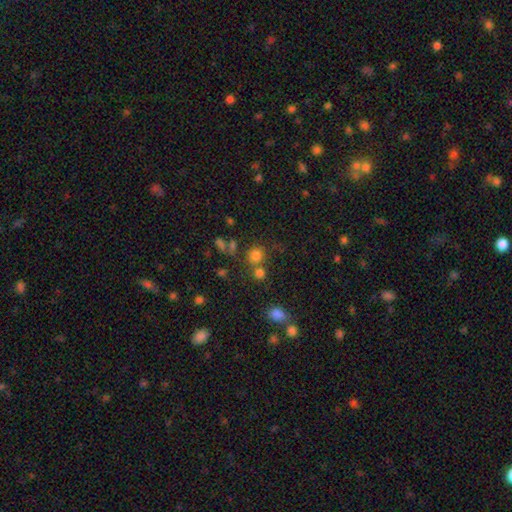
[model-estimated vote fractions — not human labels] Q: Smooth or featured?
A: smooth (76%); runner-up: star or artifact (17%)
Q: How rounded?
A: round (85%); runner-up: in between (14%)
Q: Merging?
A: none (62%); runner-up: merger (24%)